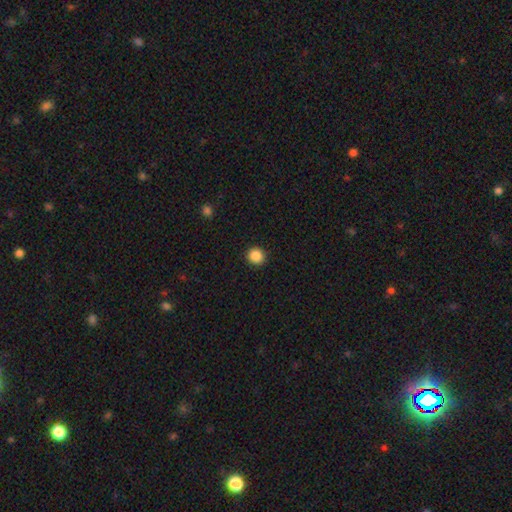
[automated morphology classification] smooth_or_featured: smooth (p=0.87) [alt: star or artifact p=0.10]
how_rounded: round (p=0.93) [alt: in between p=0.06]
merging: none (p=0.92) [alt: minor disturbance p=0.05]